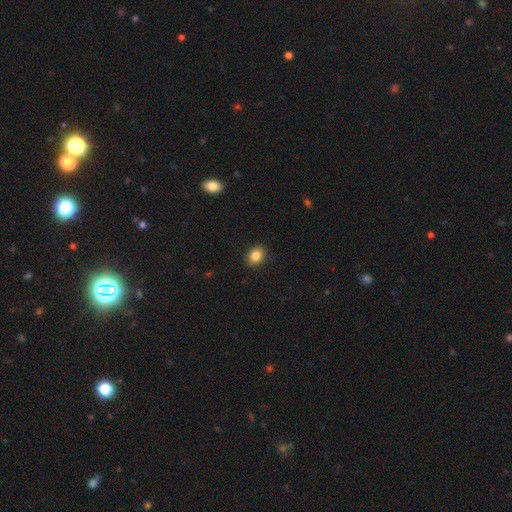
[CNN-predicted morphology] Smooth or featured? smooth (85%)
How rounded? in between (52%)
Merging? none (89%)